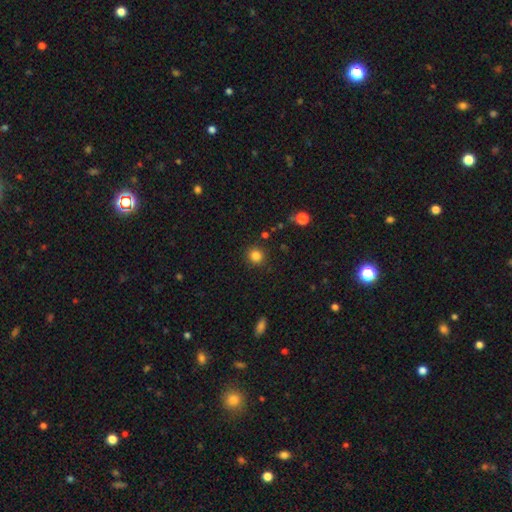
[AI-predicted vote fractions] Smooth or featured? Predicted: smooth (p=0.83). How rounded? Predicted: round (p=0.91). Merging? Predicted: none (p=0.90).